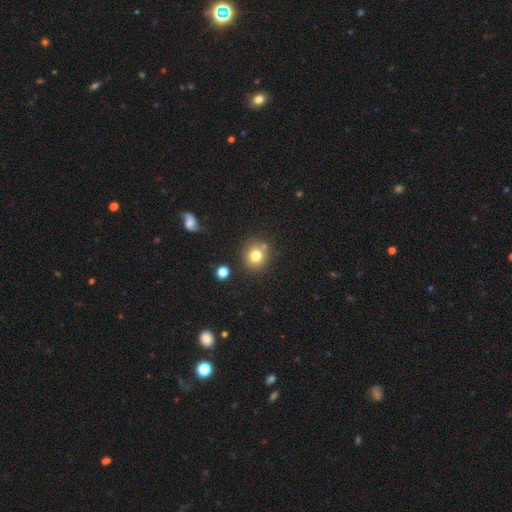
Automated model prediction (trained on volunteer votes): Smooth or featured? Predicted: smooth (p=0.78). How rounded? Predicted: round (p=0.87). Merging? Predicted: none (p=0.76).